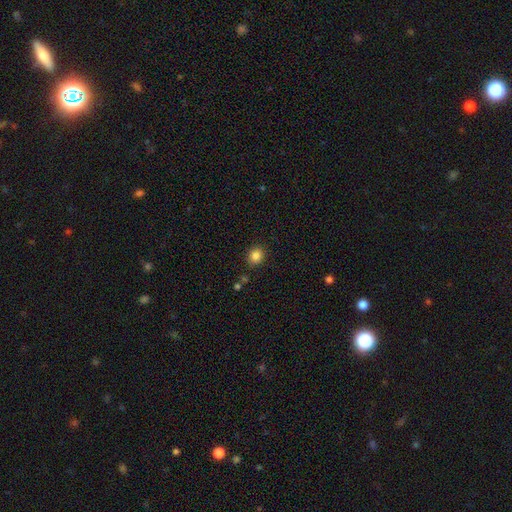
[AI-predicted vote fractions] Morphology: type=smooth (85%); roundness=round (72%); merging=none (87%).